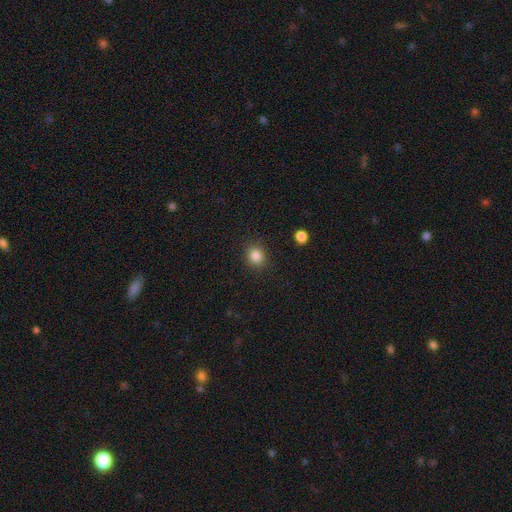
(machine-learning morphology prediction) smooth 85%, star or artifact 11%, featured or disk 4%. Down the decision tree: how rounded — round (79%); merging — none (89%).